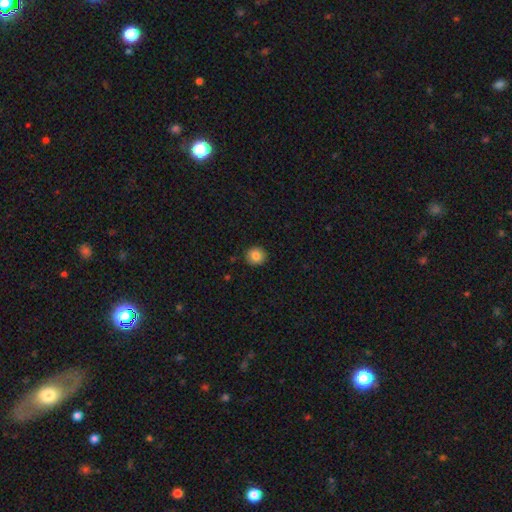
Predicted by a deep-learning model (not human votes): Morphology: type=smooth (86%); roundness=round (88%); merging=none (90%).